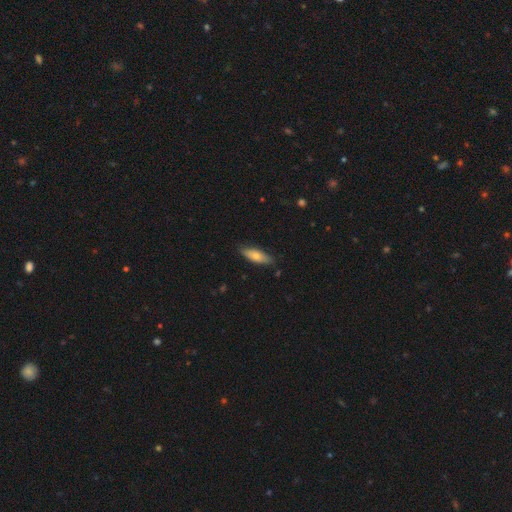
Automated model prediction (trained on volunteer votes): Overall: smooth (72%). How rounded: in between (57%; cigar-shaped 41%). Merging: none (82%).